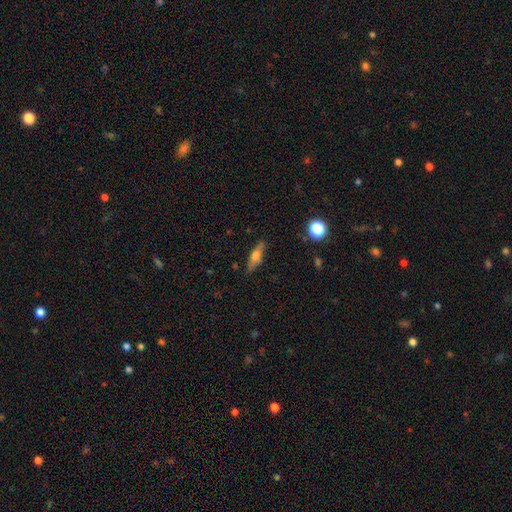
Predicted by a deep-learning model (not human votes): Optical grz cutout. It shows a smooth galaxy with no disk features (51%) that is cigar-shaped (57%). Merging: none (83%).